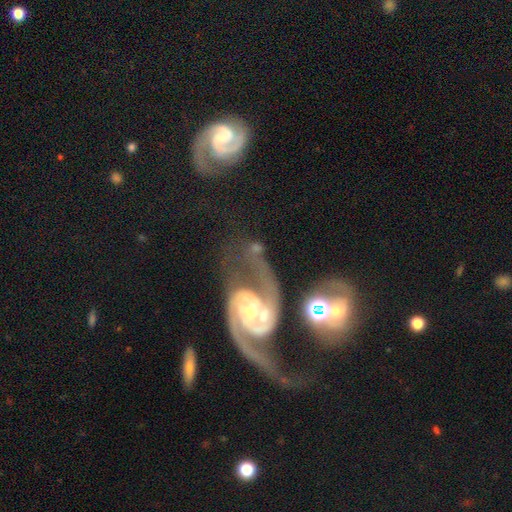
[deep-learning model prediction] This is clearly a featured or disk galaxy (87%). It is clearly not viewed edge-on (96%). Bar: marginally no (43%). Spiral arm pattern: clearly yes (97%). Spiral arm count: clearly 2 (89%). Spiral winding: possibly medium (53%). Central bulge: possibly small (48%). Merging: marginally none (40%).